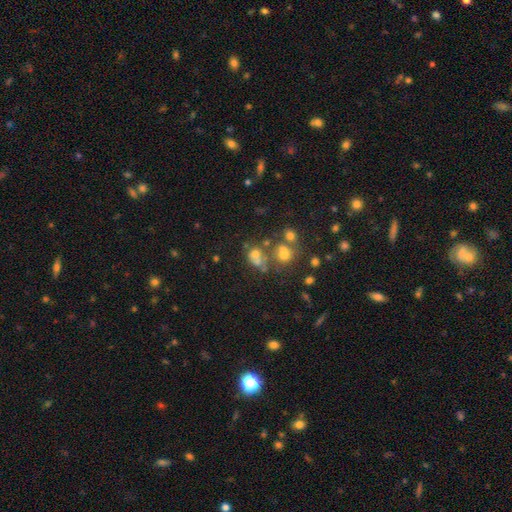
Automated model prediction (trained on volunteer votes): Smooth or featured? smooth (53%)
How rounded? round (60%)
Merging? merger (42%)